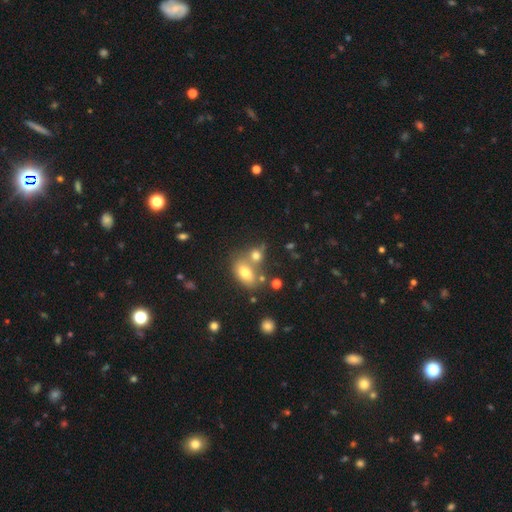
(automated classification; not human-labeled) smooth-or-featured: smooth: 72% | featured or disk: 14% | star or artifact: 13%
  how-rounded: in between: 62% | round: 35% | cigar-shaped: 3%
  merging: merger: 49% | none: 36% | minor disturbance: 10% | major disturbance: 5%